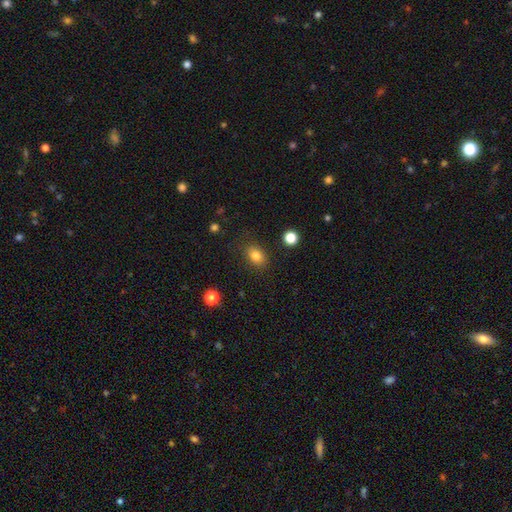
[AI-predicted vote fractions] smooth-or-featured: smooth: 82% | star or artifact: 11% | featured or disk: 7%
  how-rounded: in between: 69% | round: 30% | cigar-shaped: 1%
  merging: none: 84% | minor disturbance: 11% | major disturbance: 3% | merger: 2%